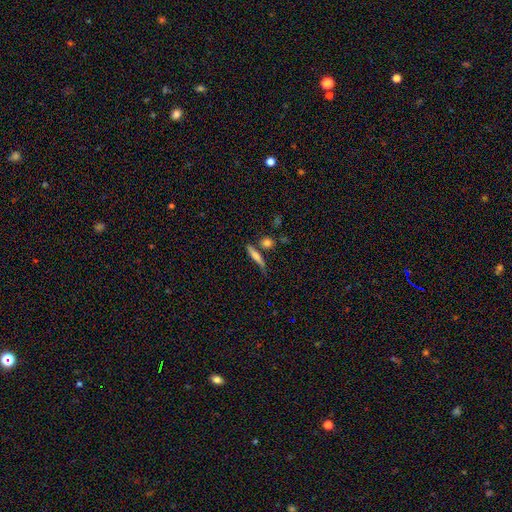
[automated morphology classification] Smooth or featured?
  - smooth: 61% *
  - featured or disk: 31%
  - star or artifact: 8%
How rounded?
  - cigar-shaped: 85% *
  - in between: 11%
  - round: 4%
Merging?
  - none: 64% *
  - minor disturbance: 17%
  - merger: 13%
  - major disturbance: 6%